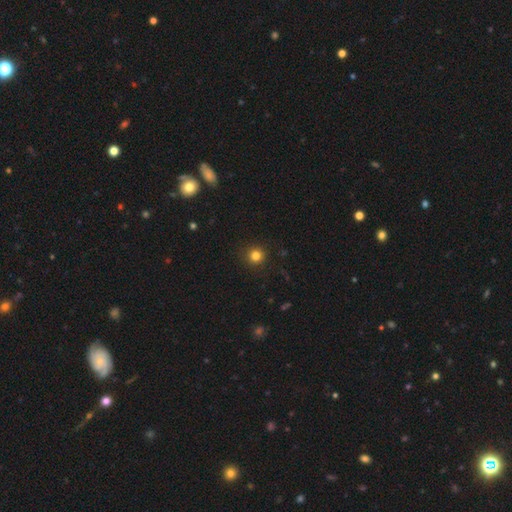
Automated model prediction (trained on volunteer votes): smooth-or-featured: smooth: 82% | star or artifact: 14% | featured or disk: 5%
  how-rounded: round: 94% | in between: 5% | cigar-shaped: 1%
  merging: none: 91% | minor disturbance: 6% | major disturbance: 2% | merger: 1%